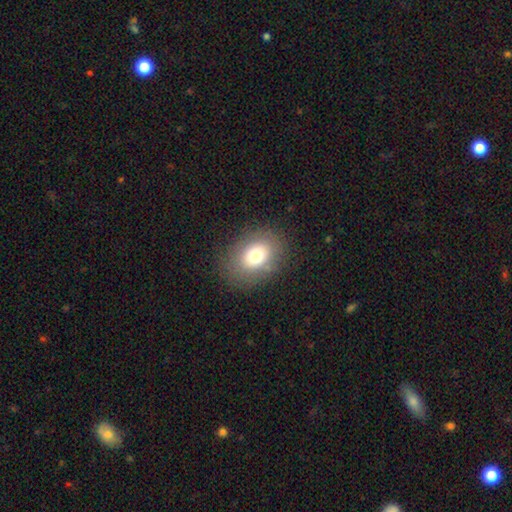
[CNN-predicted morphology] Smooth or featured: smooth — 73% (featured or disk — 16%)
How rounded: in between — 65% (round — 34%)
Merging: none — 81% (minor disturbance — 12%)